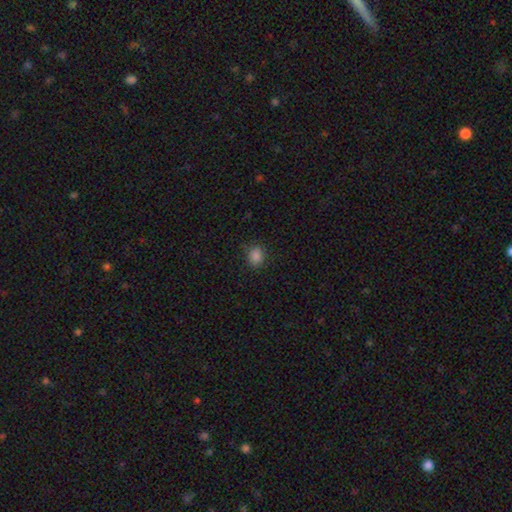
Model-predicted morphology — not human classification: smooth-or-featured: smooth: 85% | star or artifact: 11% | featured or disk: 4%
  how-rounded: round: 53% | in between: 46% | cigar-shaped: 1%
  merging: none: 84% | minor disturbance: 12% | major disturbance: 3% | merger: 1%